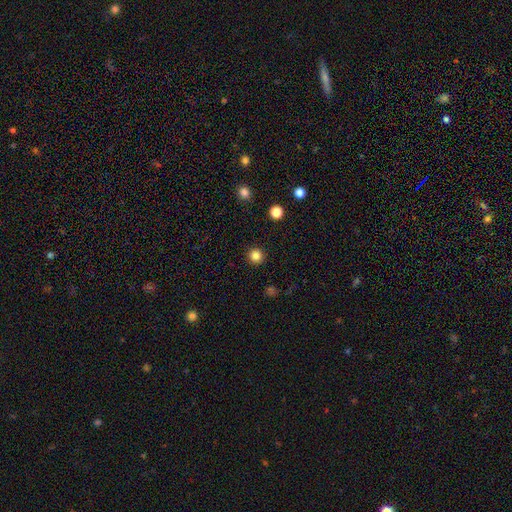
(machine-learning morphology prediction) smooth-or-featured: smooth: 84% | star or artifact: 13% | featured or disk: 4%
  how-rounded: round: 96% | in between: 3% | cigar-shaped: 1%
  merging: none: 93% | minor disturbance: 4% | major disturbance: 2% | merger: 1%